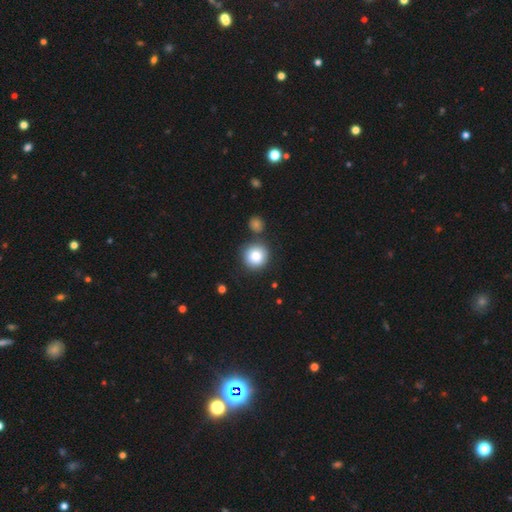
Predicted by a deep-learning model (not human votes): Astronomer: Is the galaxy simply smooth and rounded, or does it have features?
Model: smooth — 83%.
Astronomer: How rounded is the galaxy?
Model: round — 93%.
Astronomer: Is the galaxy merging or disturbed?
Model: none — 78%.